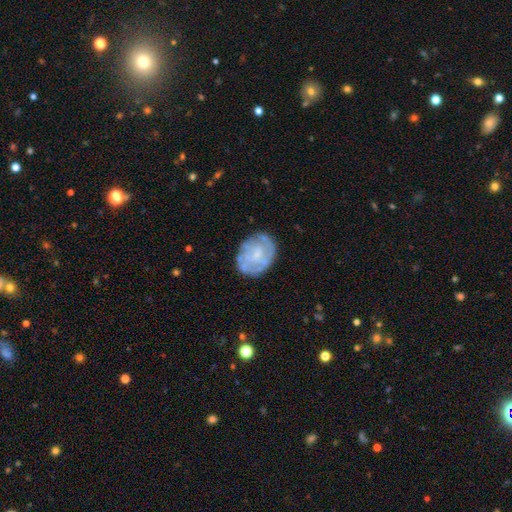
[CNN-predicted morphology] featured or disk 65%, smooth 29%, star or artifact 6%. Down the decision tree: edge-on disk — no (98%); bar — no (69%); spiral arms — yes (58%); bulge size — small (45%); merging — none (71%).